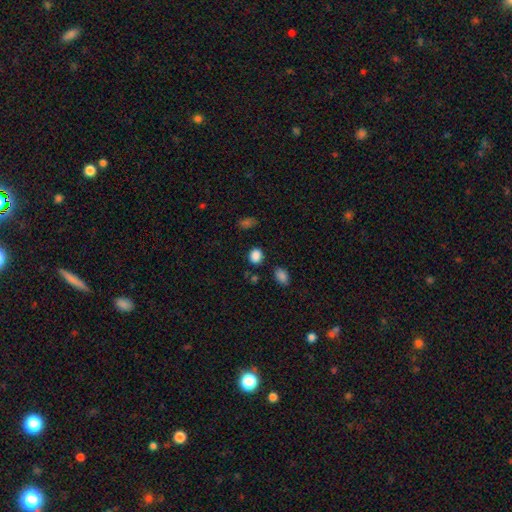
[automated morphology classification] Q: Smooth or featured?
A: smooth (85%); runner-up: star or artifact (12%)
Q: How rounded?
A: round (66%); runner-up: in between (33%)
Q: Merging?
A: none (85%); runner-up: minor disturbance (9%)